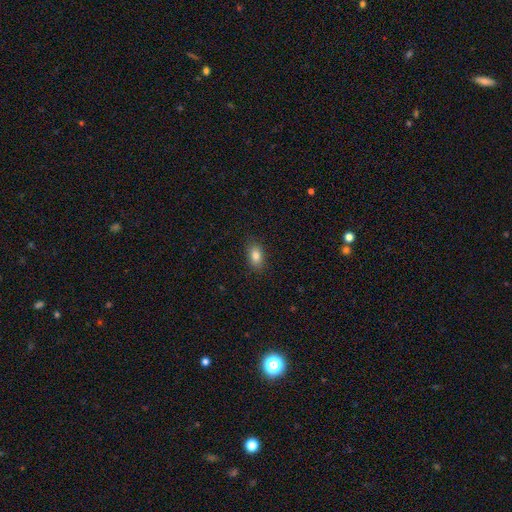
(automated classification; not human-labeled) Morphology: type=smooth (84%); roundness=in between (87%); merging=none (86%).